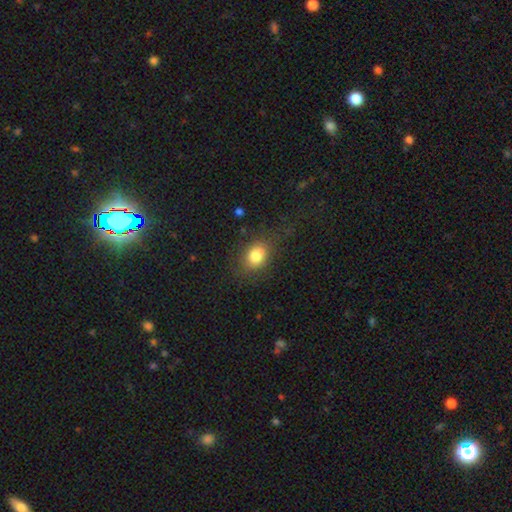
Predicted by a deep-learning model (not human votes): This is clearly a smooth galaxy (81%). How rounded: likely in between (61%). Merging: likely none (74%).